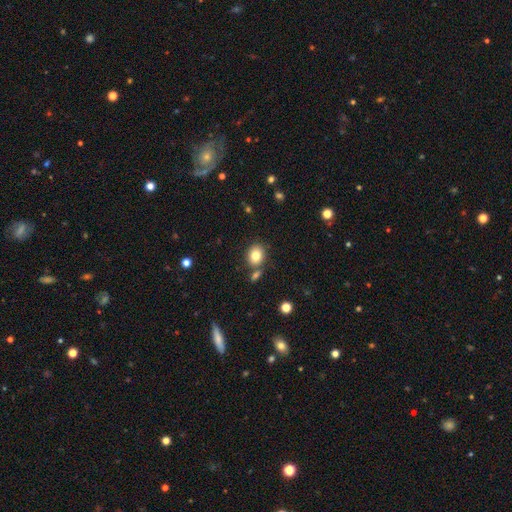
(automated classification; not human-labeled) Smooth or featured: smooth — 81% (star or artifact — 10%)
How rounded: round — 60% (in between — 39%)
Merging: none — 73% (merger — 13%)